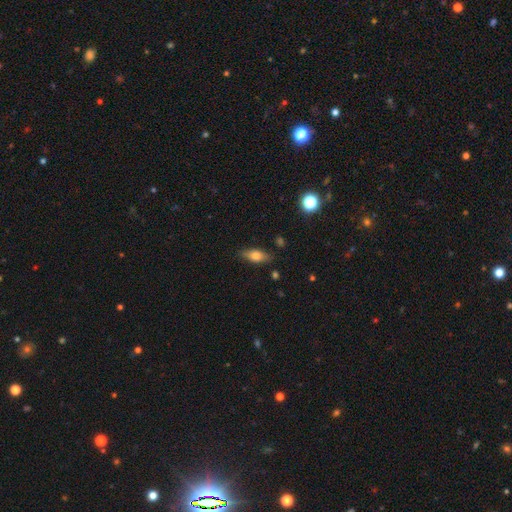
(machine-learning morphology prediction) The model was most divided on "smooth or featured": smooth: 66%, featured or disk: 26%, star or artifact: 8%. More confident: merging — none (82%); how rounded — in between (73%).